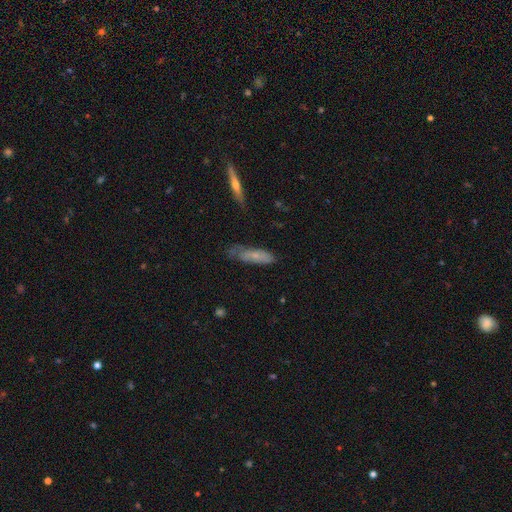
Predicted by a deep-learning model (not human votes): Overall: smooth (57%; featured or disk 35%). How rounded: cigar-shaped (60%; in between 38%). Merging: none (52%; minor disturbance 33%).